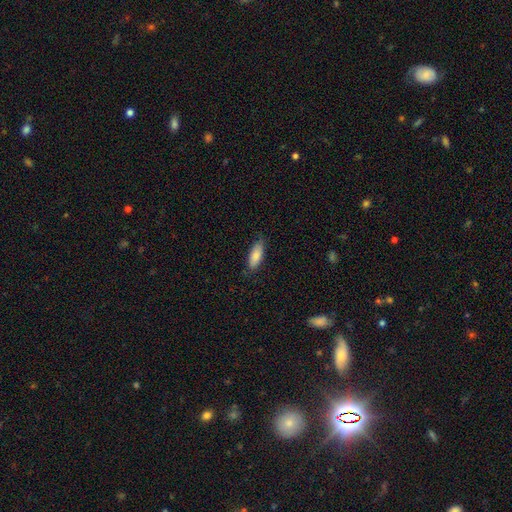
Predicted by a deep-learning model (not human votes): The model was most divided on "how rounded": in between: 72%, cigar-shaped: 26%, round: 2%. More confident: smooth or featured — smooth (85%); merging — none (79%).